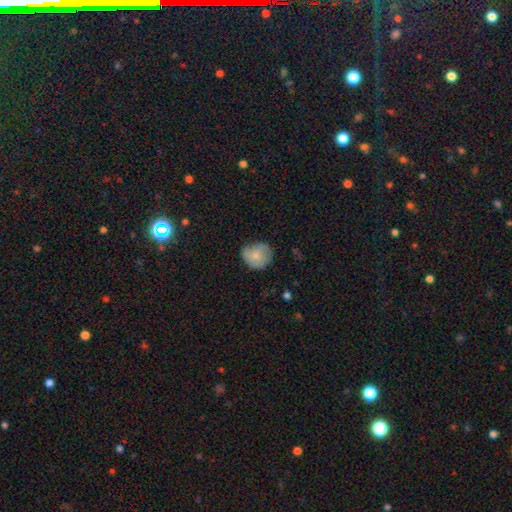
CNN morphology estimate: Overall: smooth (77%). How rounded: round (77%). Merging: none (62%; minor disturbance 29%).